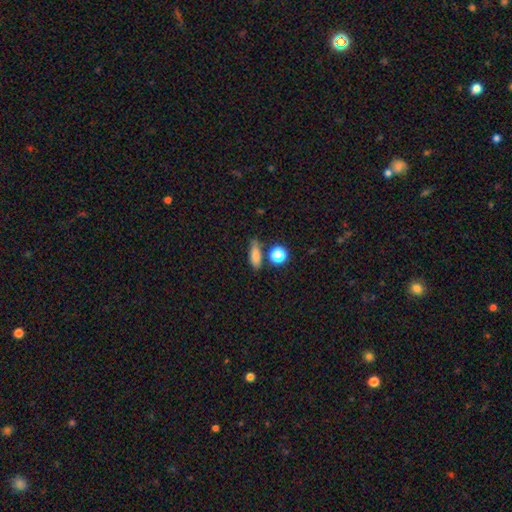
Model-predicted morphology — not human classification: This appears to be a smooth galaxy with no disk features (77%) that is in between round and cigar-shaped (54%). Merging: none (71%).